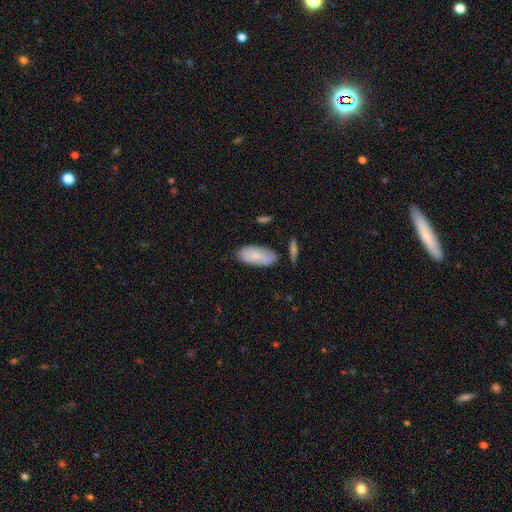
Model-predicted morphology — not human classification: Smooth or featured?
  - smooth: 72% *
  - featured or disk: 22%
  - star or artifact: 6%
How rounded?
  - in between: 89% *
  - cigar-shaped: 9%
  - round: 2%
Merging?
  - none: 66% *
  - minor disturbance: 22%
  - merger: 7%
  - major disturbance: 5%